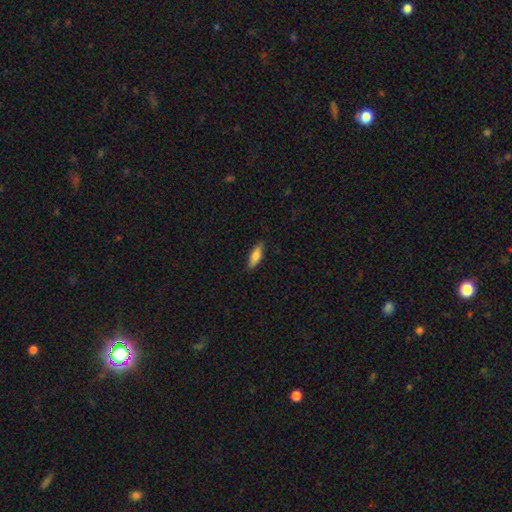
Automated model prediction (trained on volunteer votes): Q: Smooth or featured?
A: smooth (78%); runner-up: featured or disk (16%)
Q: How rounded?
A: in between (56%); runner-up: cigar-shaped (42%)
Q: Merging?
A: none (87%); runner-up: minor disturbance (10%)